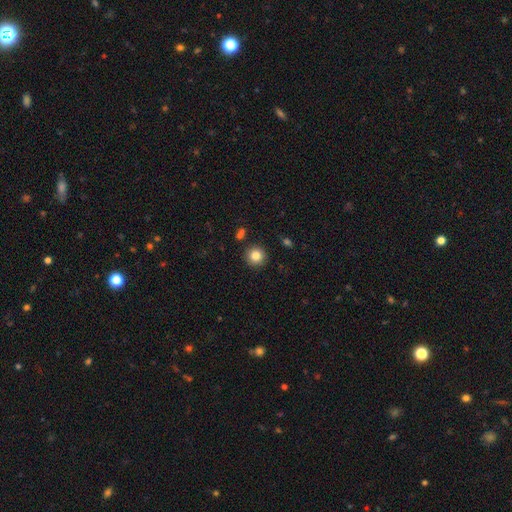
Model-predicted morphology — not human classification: A smooth galaxy with no disk features (83%) that is round (94%). Merging: none (89%).